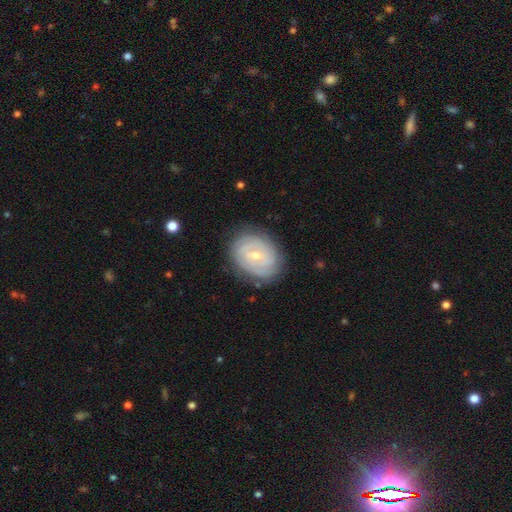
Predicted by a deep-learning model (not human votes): Smooth or featured: featured or disk — 78% (smooth — 16%)
Edge-on disk: no — 97% (yes — 3%)
Bar: weak — 46% (no — 40%)
Spiral arms: yes — 89% (no — 11%)
Spiral winding: tight — 76% (medium — 19%)
Spiral arm count: can't tell — 38% (2 — 32%)
Bulge size: small — 57% (moderate — 41%)
Merging: none — 80% (minor disturbance — 14%)